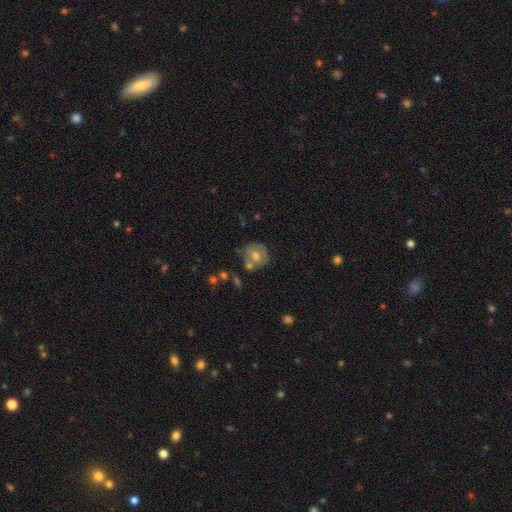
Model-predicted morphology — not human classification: This appears to be a smooth galaxy with no disk features (50%) that is round (81%). Merging: none (57%).